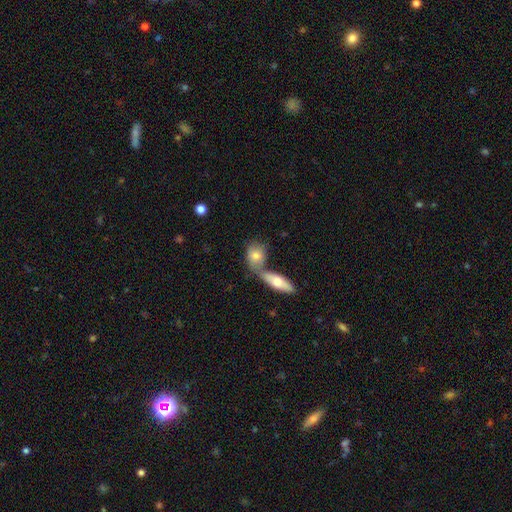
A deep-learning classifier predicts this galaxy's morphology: A smooth galaxy with no disk features (74%) that is in between round and cigar-shaped (61%). Merging: merger (50%).